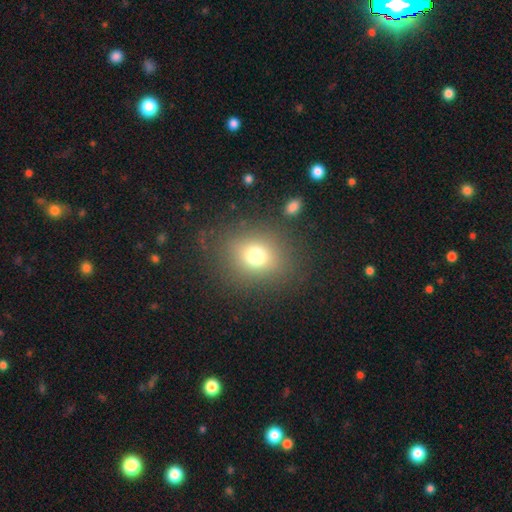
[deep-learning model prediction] This is likely a smooth galaxy (72%). How rounded: likely round (70%). Merging: clearly none (82%).